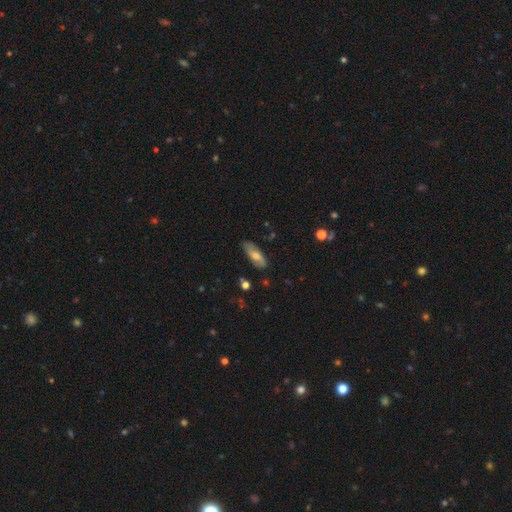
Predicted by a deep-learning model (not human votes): This is possibly a smooth galaxy (52%). How rounded: likely in between (72%). Merging: likely none (77%).